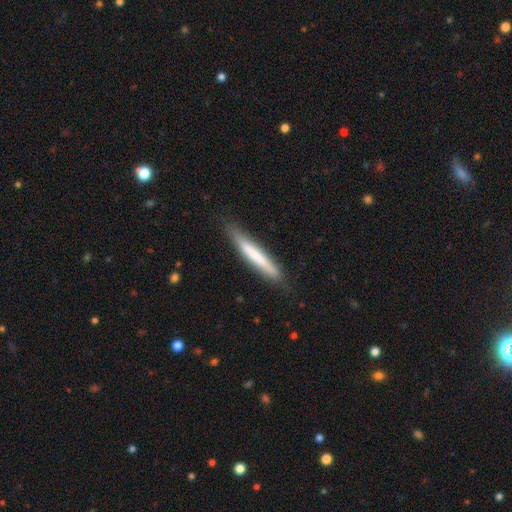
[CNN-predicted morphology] Smooth or featured: smooth — 60% (featured or disk — 34%)
How rounded: cigar-shaped — 94% (in between — 4%)
Merging: none — 83% (minor disturbance — 14%)